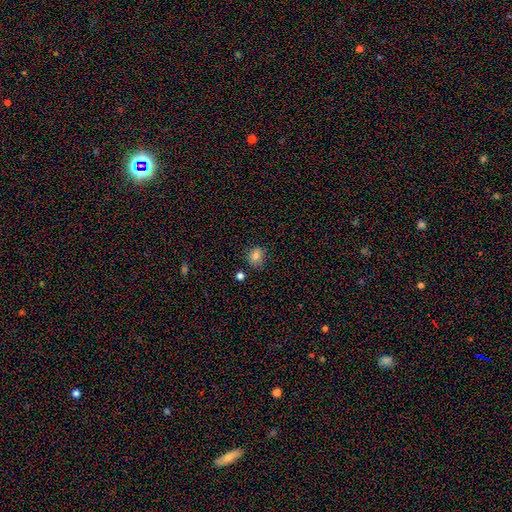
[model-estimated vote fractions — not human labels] Q: Smooth or featured?
A: smooth (79%); runner-up: star or artifact (13%)
Q: How rounded?
A: round (65%); runner-up: in between (34%)
Q: Merging?
A: none (80%); runner-up: minor disturbance (14%)